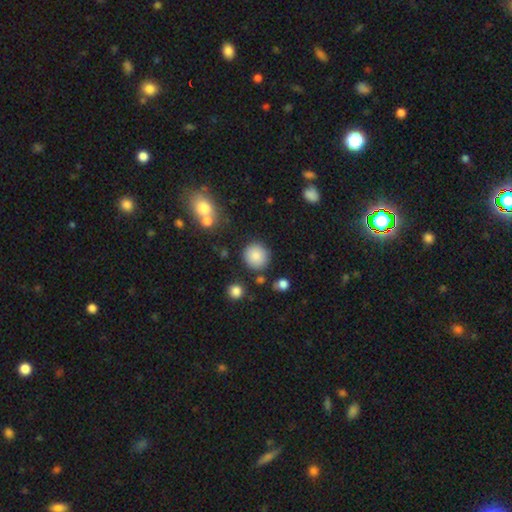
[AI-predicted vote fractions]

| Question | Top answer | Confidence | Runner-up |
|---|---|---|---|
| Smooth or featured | smooth | 85% | star or artifact (9%) |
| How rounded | round | 91% | in between (8%) |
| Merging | none | 85% | minor disturbance (9%) |